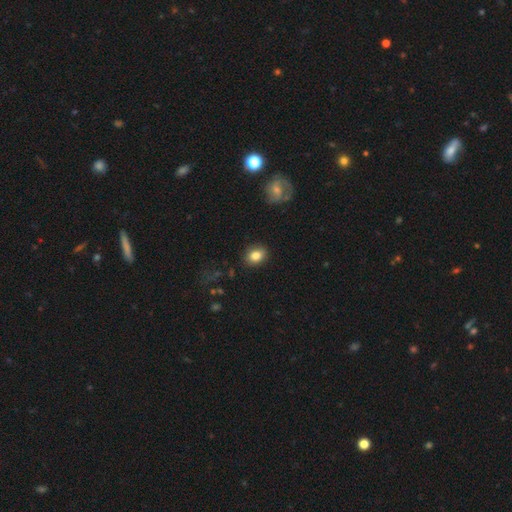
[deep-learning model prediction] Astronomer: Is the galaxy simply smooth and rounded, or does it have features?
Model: smooth — 82%.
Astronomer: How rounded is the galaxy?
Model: in between — 55% (runner-up: round, 43%).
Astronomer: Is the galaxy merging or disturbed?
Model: none — 86%.